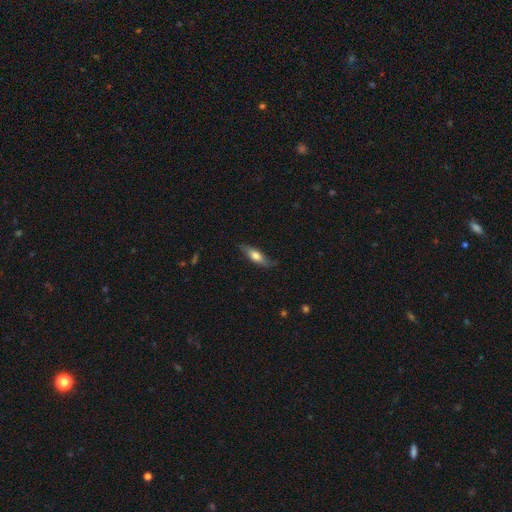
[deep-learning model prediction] Smooth or featured?
  - smooth: 60% *
  - featured or disk: 34%
  - star or artifact: 6%
How rounded?
  - cigar-shaped: 49% *
  - in between: 48%
  - round: 3%
Merging?
  - none: 73% *
  - minor disturbance: 21%
  - major disturbance: 4%
  - merger: 1%